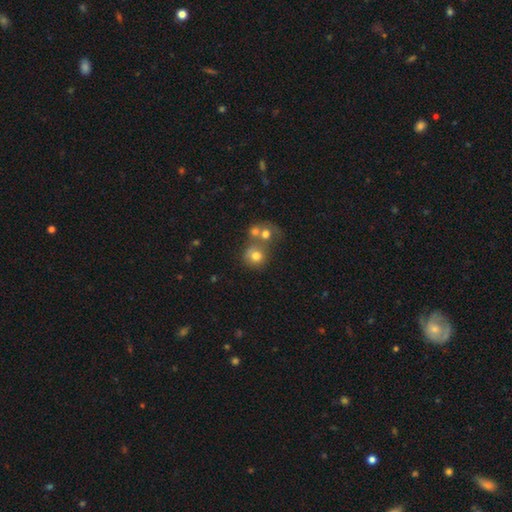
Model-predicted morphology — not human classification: The model was most divided on "merging": merger: 43%, none: 42%, minor disturbance: 9%, major disturbance: 6%. More confident: how rounded — round (83%); smooth or featured — smooth (71%).